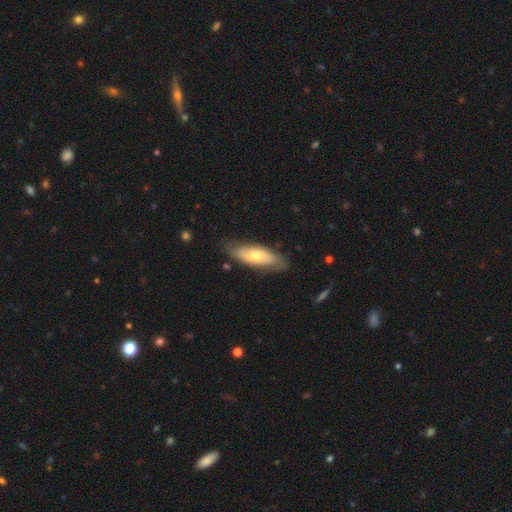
smooth 50%, featured or disk 38%, star or artifact 12%. Down the decision tree: how rounded — in between (95%); merging — none (66%).